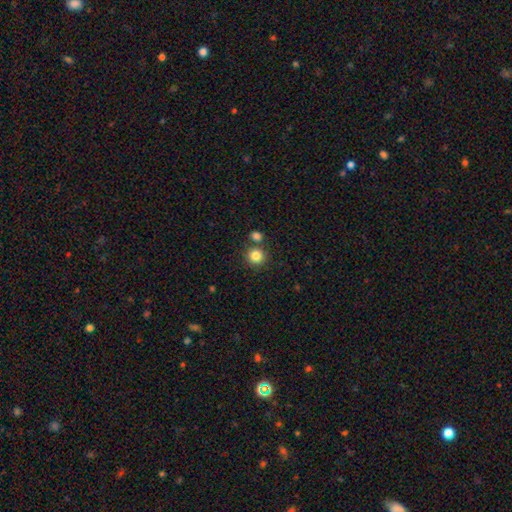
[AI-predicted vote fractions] Q: Smooth or featured?
A: smooth (83%); runner-up: star or artifact (11%)
Q: How rounded?
A: round (92%); runner-up: in between (7%)
Q: Merging?
A: none (75%); runner-up: merger (15%)